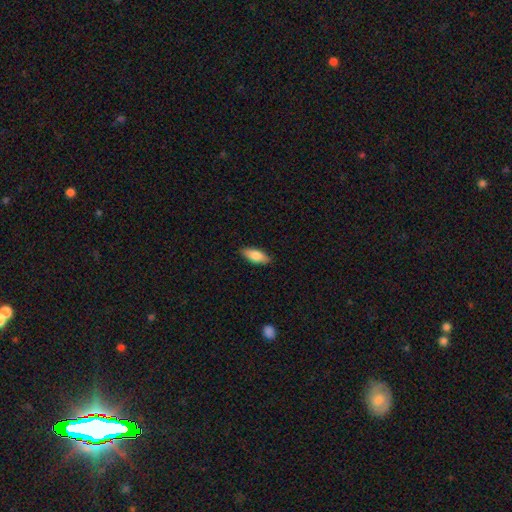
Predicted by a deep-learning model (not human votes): Overall: smooth (80%). How rounded: in between (78%). Merging: none (88%).